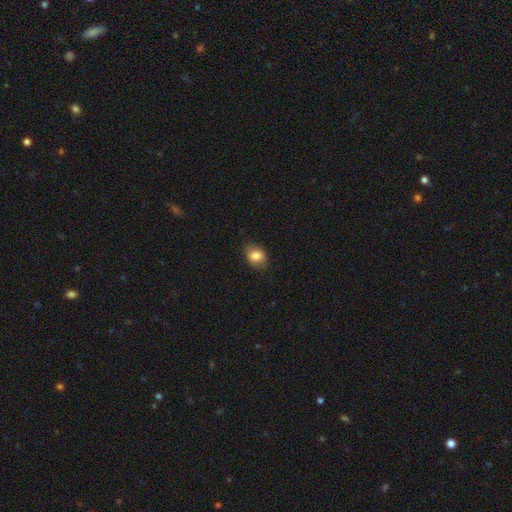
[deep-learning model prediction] Morphology: type=smooth (83%); roundness=in between (65%); merging=none (82%).